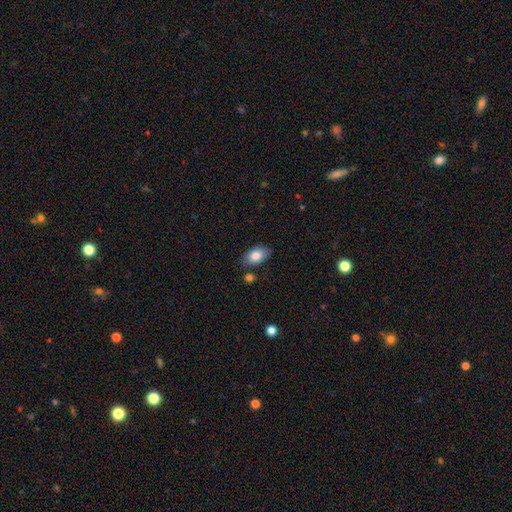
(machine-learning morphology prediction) smooth_or_featured: smooth (p=0.84) [alt: featured or disk p=0.09]
how_rounded: in between (p=0.92) [alt: round p=0.06]
merging: none (p=0.78) [alt: minor disturbance p=0.14]